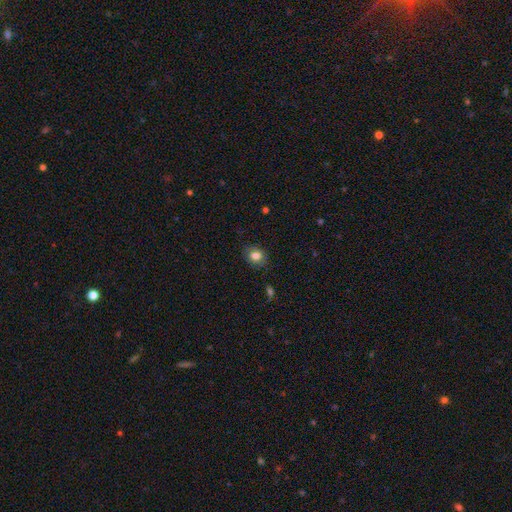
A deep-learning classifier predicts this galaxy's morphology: This is clearly a smooth galaxy (81%). How rounded: possibly in between (58%). Merging: clearly none (81%).